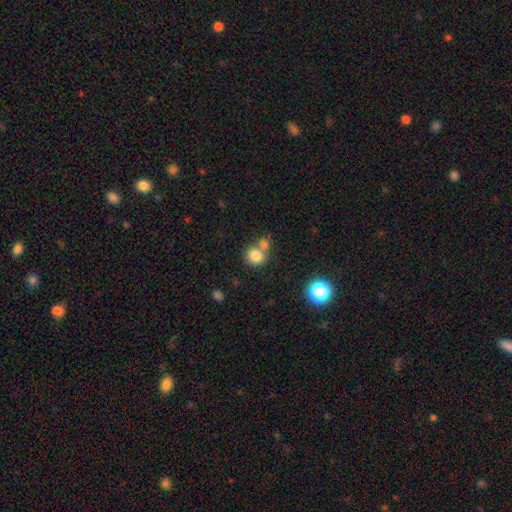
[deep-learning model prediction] A smooth galaxy with no disk features (80%) that is round (89%). Merging: none (52%).